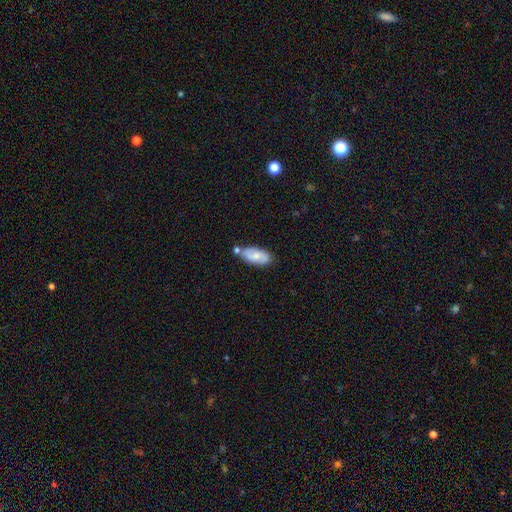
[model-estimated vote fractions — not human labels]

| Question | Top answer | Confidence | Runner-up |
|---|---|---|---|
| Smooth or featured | smooth | 59% | featured or disk (35%) |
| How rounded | in between | 90% | cigar-shaped (7%) |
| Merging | none | 62% | minor disturbance (17%) |